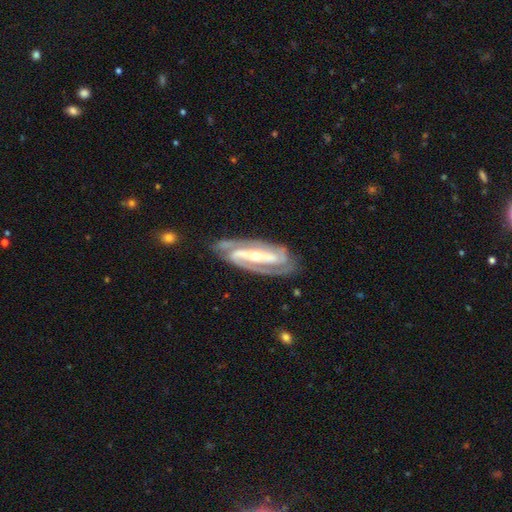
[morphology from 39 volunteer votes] This is clearly a featured or disk galaxy (90%). It is clearly not viewed edge-on (97%). Bar: likely strong (76%). Spiral arm pattern: clearly yes (100%). Spiral arm count: clearly 2 (94%). Spiral winding: possibly medium (47%). Central bulge: possibly small (53%). Merging: clearly none (95%).